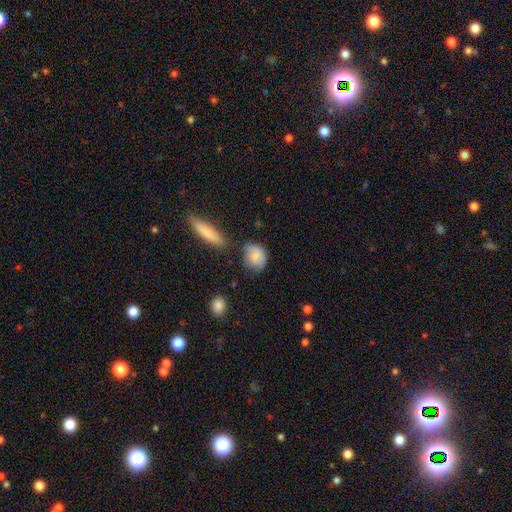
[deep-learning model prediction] smooth-or-featured: smooth: 81% | featured or disk: 12% | star or artifact: 7%
  how-rounded: round: 53% | in between: 44% | cigar-shaped: 3%
  merging: none: 59% | minor disturbance: 26% | merger: 7% | major disturbance: 7%